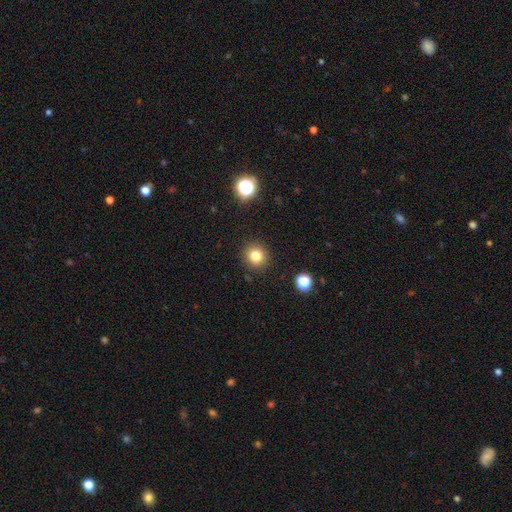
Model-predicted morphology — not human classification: Smooth or featured? Predicted: smooth (p=0.80). How rounded? Predicted: round (p=0.91). Merging? Predicted: none (p=0.90).